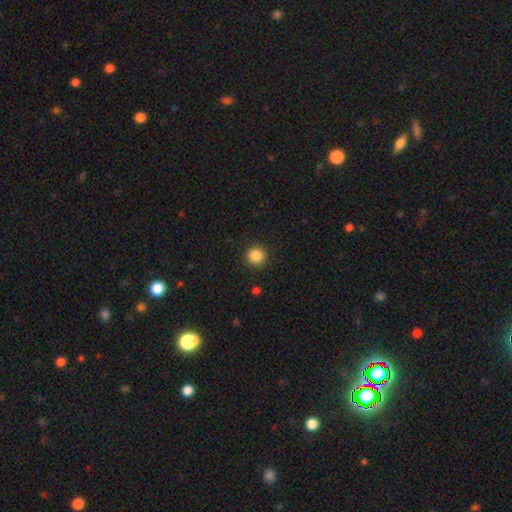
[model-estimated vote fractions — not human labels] Smooth or featured? Predicted: smooth (p=0.86). How rounded? Predicted: round (p=0.95). Merging? Predicted: none (p=0.92).